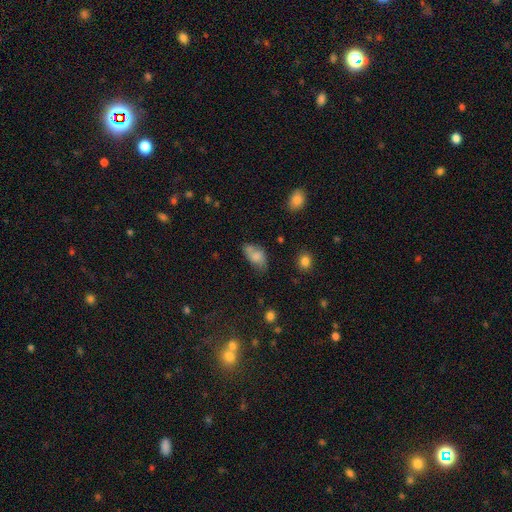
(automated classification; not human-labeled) smooth_or_featured: smooth (p=0.72) [alt: featured or disk p=0.18]
how_rounded: in between (p=0.89) [alt: round p=0.08]
merging: none (p=0.43) [alt: minor disturbance p=0.32]